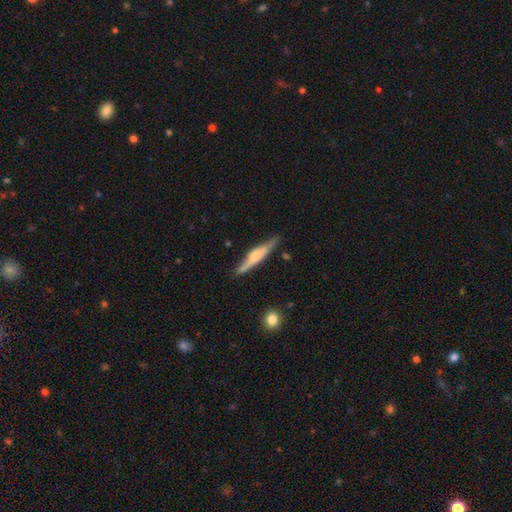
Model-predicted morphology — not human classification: featured or disk 58%, smooth 37%, star or artifact 5%. Down the decision tree: edge-on disk — yes (94%); edge-on bulge — rounded (67%); merging — none (80%).